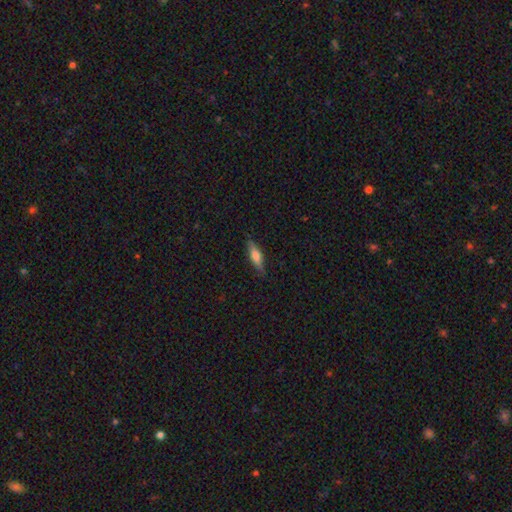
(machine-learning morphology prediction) smooth_or_featured: smooth (p=0.56) [alt: featured or disk p=0.37]
how_rounded: cigar-shaped (p=0.61) [alt: in between p=0.37]
merging: none (p=0.84) [alt: minor disturbance p=0.12]